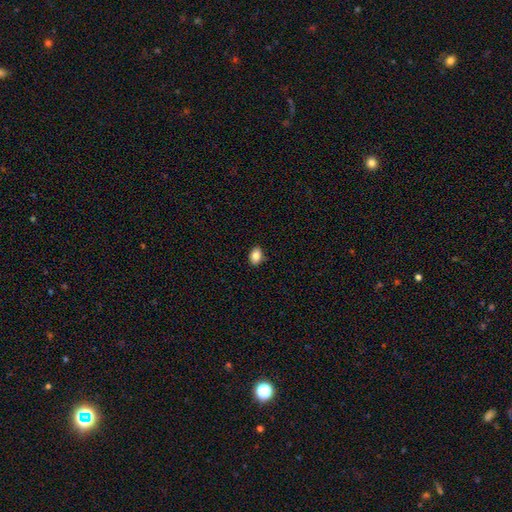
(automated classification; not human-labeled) A smooth galaxy with no disk features (85%) that is in between round and cigar-shaped (76%).

Vote fractions:
- Smooth or featured? smooth: 85% / star or artifact: 9% / featured or disk: 7%
- How rounded? in between: 76% / round: 23% / cigar-shaped: 1%
- Merging? none: 87% / minor disturbance: 10% / major disturbance: 2% / merger: 1%